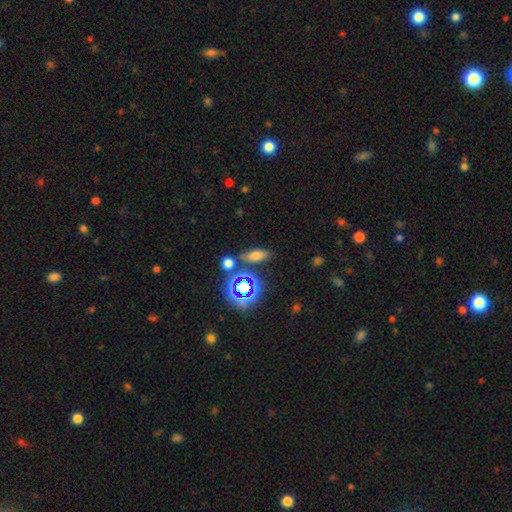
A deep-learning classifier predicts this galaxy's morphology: This is likely a smooth galaxy (62%). How rounded: likely in between (66%). Merging: likely none (73%).